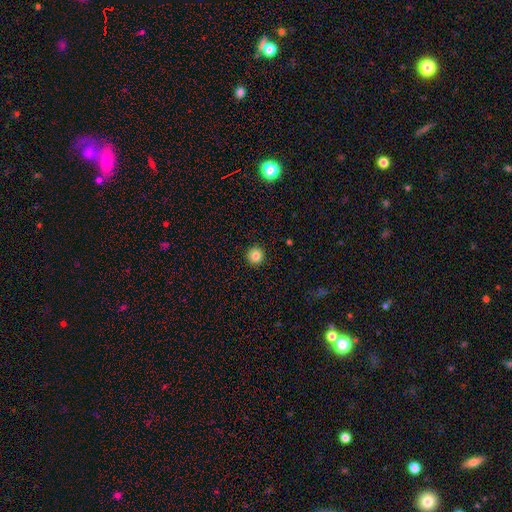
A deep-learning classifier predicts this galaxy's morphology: Overall: smooth (84%). How rounded: round (95%). Merging: none (93%).